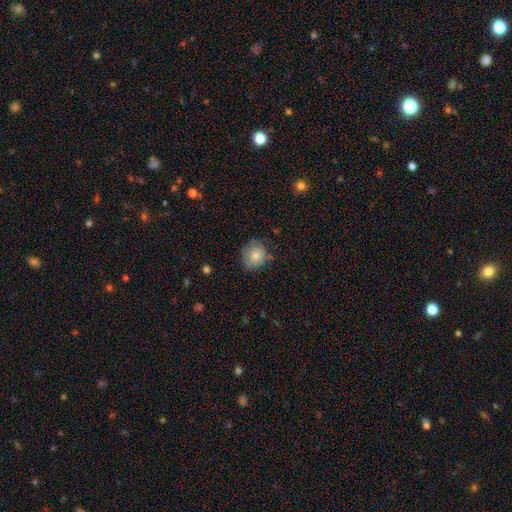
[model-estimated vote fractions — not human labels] Morphology: type=smooth (79%); roundness=round (81%); merging=none (69%).